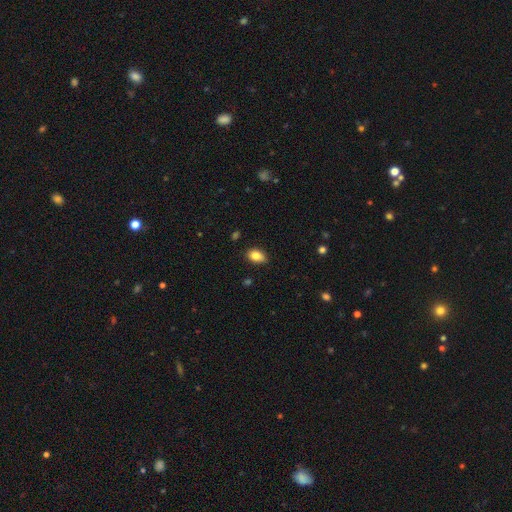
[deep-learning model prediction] smooth 84%, star or artifact 9%, featured or disk 7%. Down the decision tree: how rounded — in between (85%); merging — none (78%).